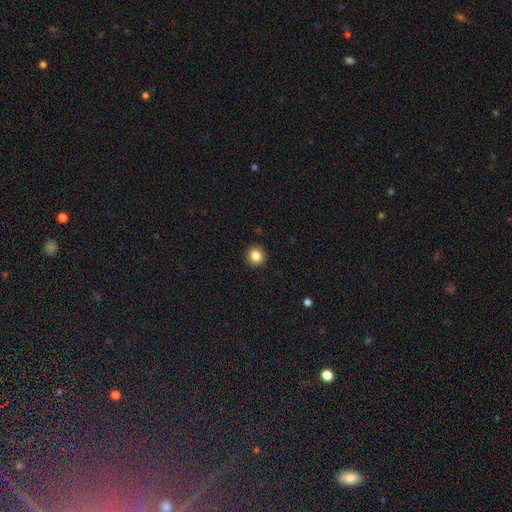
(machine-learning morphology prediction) A smooth galaxy with no disk features (85%) that is round (89%). Merging: none (92%).